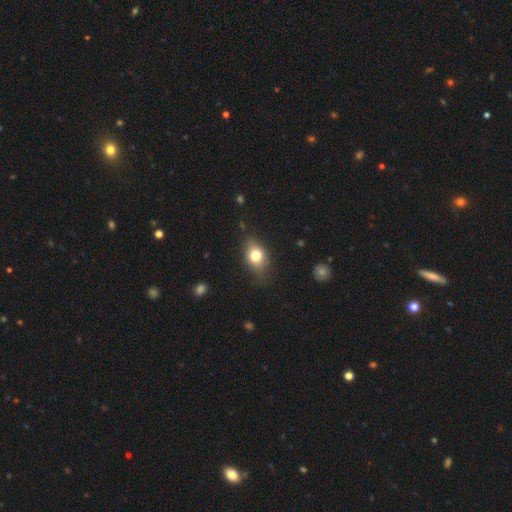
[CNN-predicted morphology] A smooth galaxy with no disk features (75%) that is in between round and cigar-shaped (73%).

Vote fractions:
- Smooth or featured? smooth: 75% / featured or disk: 16% / star or artifact: 10%
- How rounded? in between: 73% / round: 25% / cigar-shaped: 3%
- Merging? none: 74% / minor disturbance: 20% / major disturbance: 5% / merger: 1%